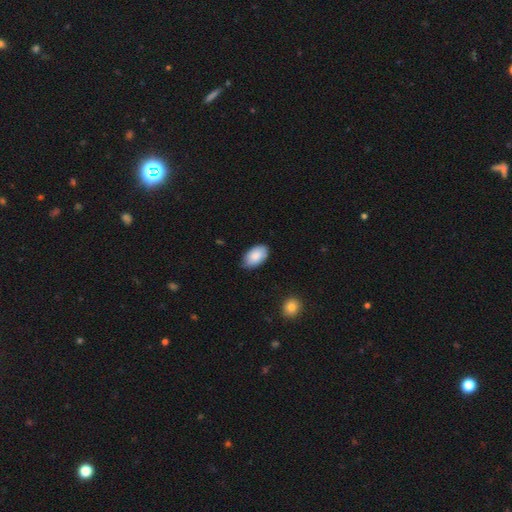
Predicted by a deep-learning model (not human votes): smooth 87%, featured or disk 7%, star or artifact 6%. Down the decision tree: how rounded — in between (95%); merging — none (79%).